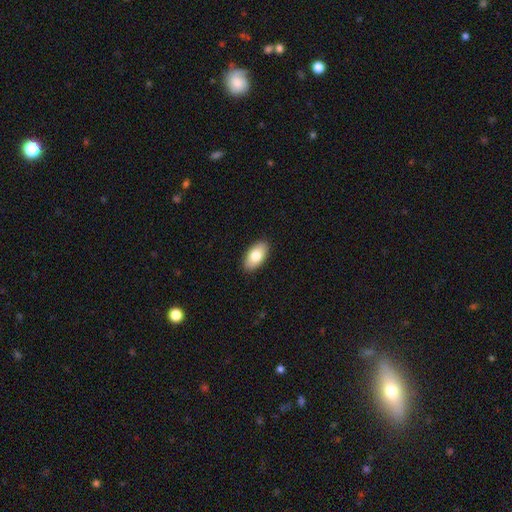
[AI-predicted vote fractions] The model was most divided on "smooth or featured": smooth: 79%, featured or disk: 15%, star or artifact: 6%. More confident: how rounded — in between (94%); merging — none (90%).